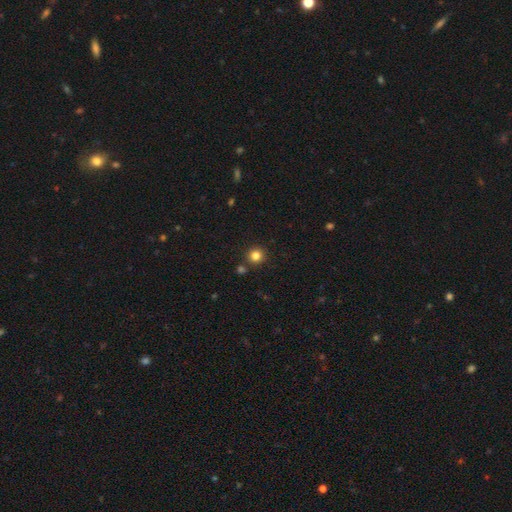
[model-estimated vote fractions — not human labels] Q: Smooth or featured?
A: smooth (83%); runner-up: star or artifact (13%)
Q: How rounded?
A: round (94%); runner-up: in between (5%)
Q: Merging?
A: none (86%); runner-up: minor disturbance (6%)